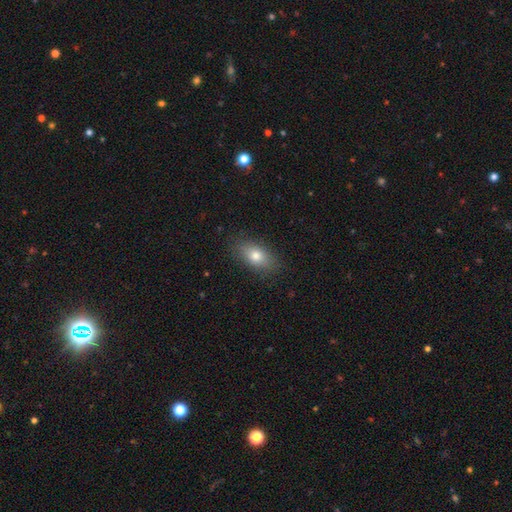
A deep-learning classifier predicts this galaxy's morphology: Q: Smooth or featured?
A: smooth (78%); runner-up: featured or disk (13%)
Q: How rounded?
A: in between (85%); runner-up: round (9%)
Q: Merging?
A: none (85%); runner-up: minor disturbance (11%)